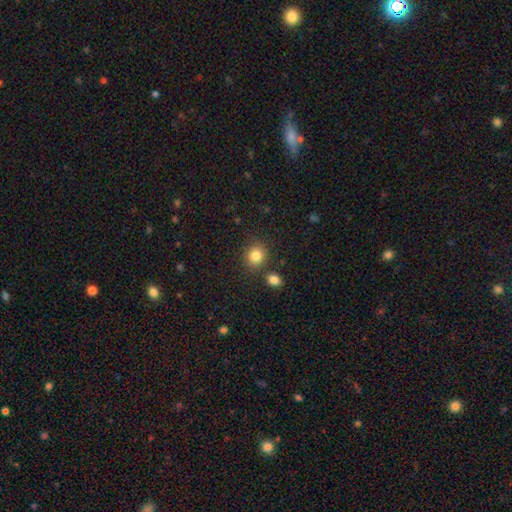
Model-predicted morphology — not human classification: type=smooth (84%); roundness=round (82%); merging=none (81%).